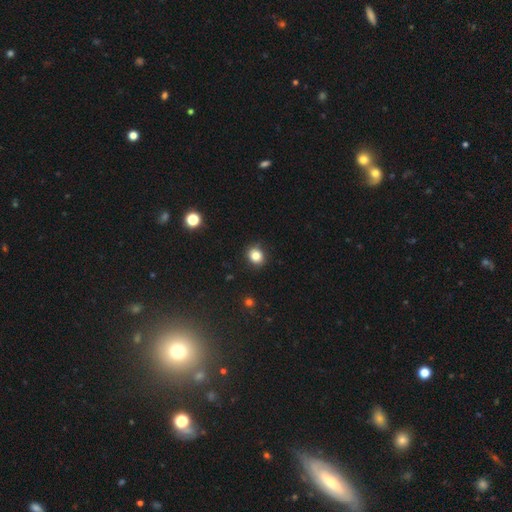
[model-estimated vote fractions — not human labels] Overall: smooth (83%). How rounded: round (70%). Merging: none (88%).